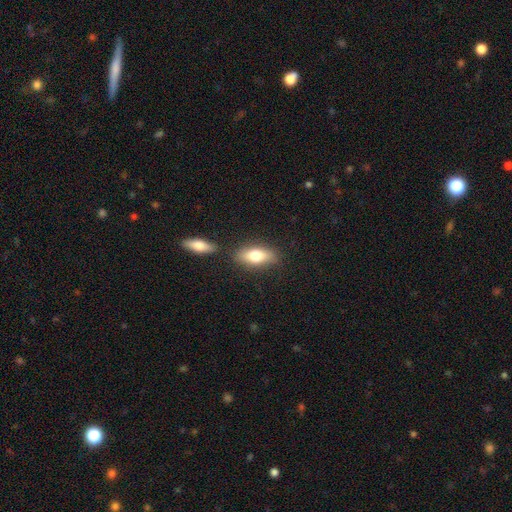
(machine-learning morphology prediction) The model was most divided on "smooth or featured": smooth: 72%, featured or disk: 21%, star or artifact: 7%. More confident: how rounded — in between (76%); merging — none (74%).